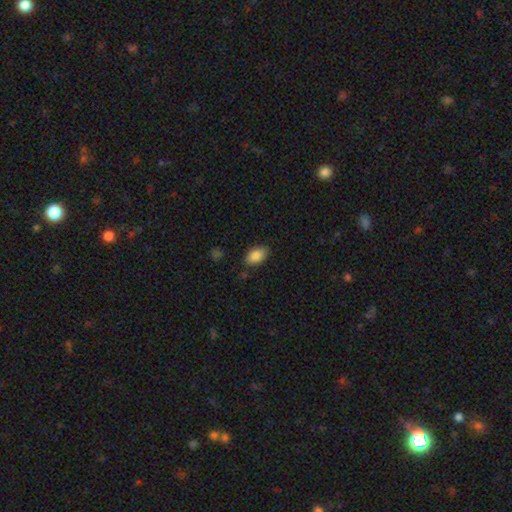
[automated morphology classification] This appears to be a smooth galaxy with no disk features (87%) that is in between round and cigar-shaped (91%). Merging: none (81%).